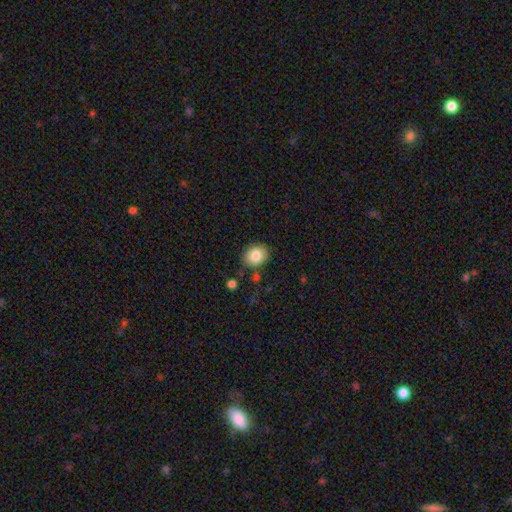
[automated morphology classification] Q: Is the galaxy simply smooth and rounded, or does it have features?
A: smooth — 82%.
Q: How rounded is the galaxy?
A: round — 65%.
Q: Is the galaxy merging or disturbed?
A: none — 82%.